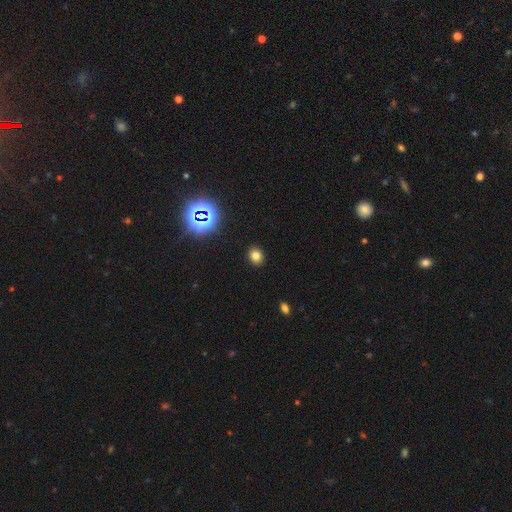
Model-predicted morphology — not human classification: The model was most divided on "how rounded": round: 58%, in between: 41%, cigar-shaped: 1%. More confident: merging — none (90%); smooth or featured — smooth (76%).